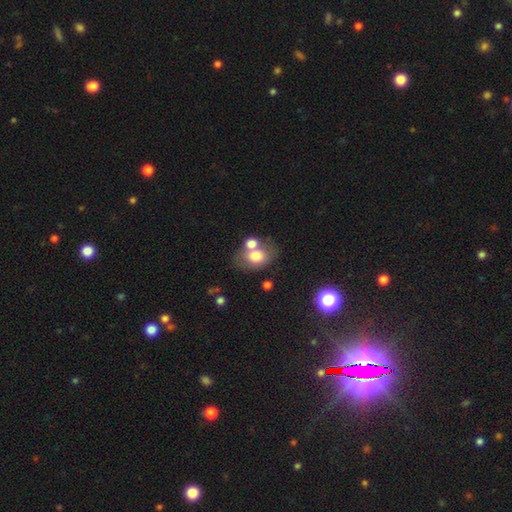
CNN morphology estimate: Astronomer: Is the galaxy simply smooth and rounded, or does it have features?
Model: smooth — 71%.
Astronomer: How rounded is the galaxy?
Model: in between — 69%.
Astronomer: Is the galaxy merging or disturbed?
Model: none — 49% (runner-up: merger, 32%).